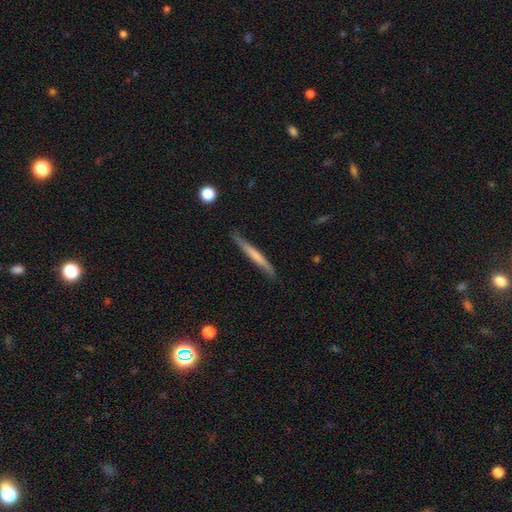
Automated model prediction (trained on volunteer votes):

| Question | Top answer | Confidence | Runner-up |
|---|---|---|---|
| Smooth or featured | smooth | 53% | featured or disk (41%) |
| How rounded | cigar-shaped | 96% | in between (3%) |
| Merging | none | 83% | minor disturbance (13%) |